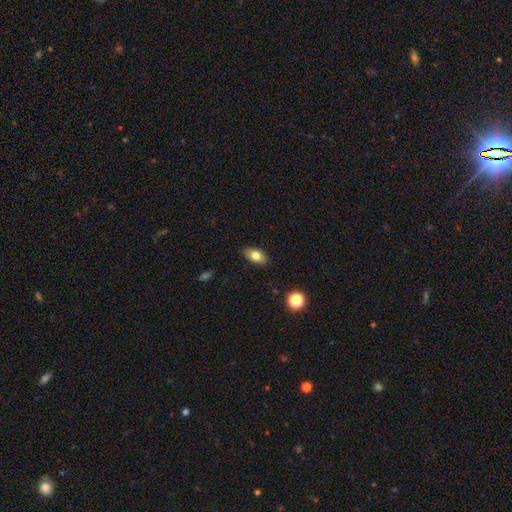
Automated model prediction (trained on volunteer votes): Overall: smooth (80%). How rounded: in between (89%). Merging: none (87%).